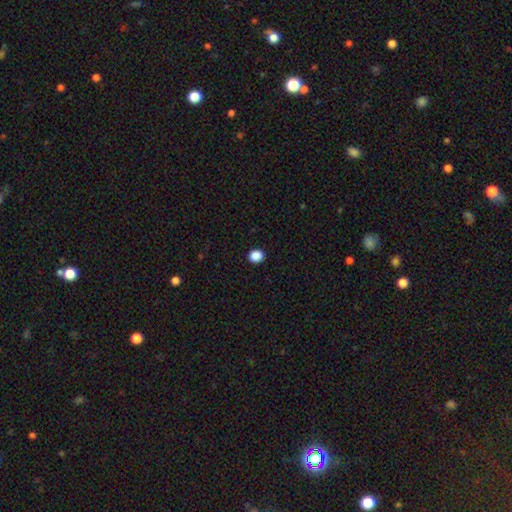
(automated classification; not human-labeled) smooth 88%, star or artifact 10%, featured or disk 2%. Down the decision tree: how rounded — round (75%); merging — none (92%).